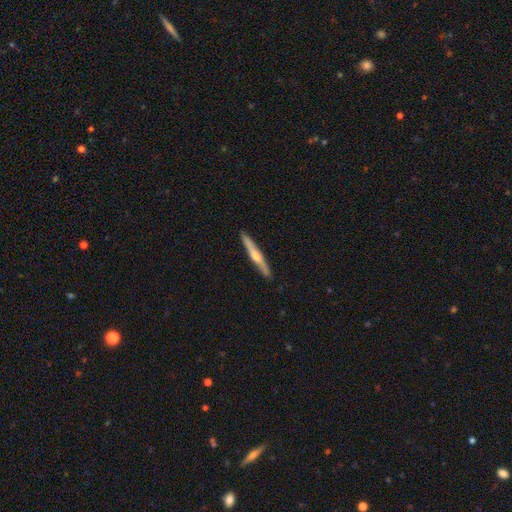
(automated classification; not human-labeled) A featured or disk galaxy (62%) viewed edge-on (97%) with a rounded central bulge (82%). Merging: none (91%).